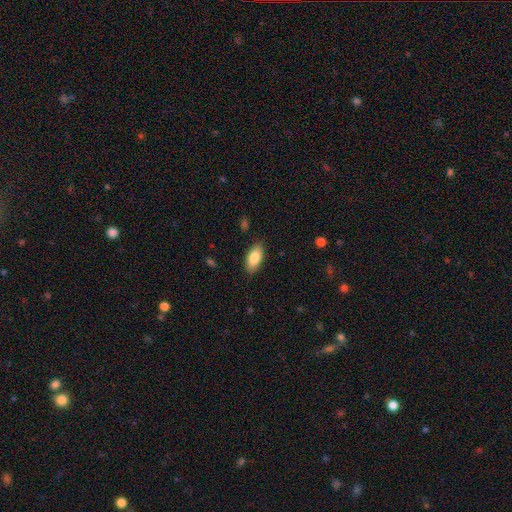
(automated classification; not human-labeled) A smooth galaxy with no disk features (84%) that is in between round and cigar-shaped (90%). Merging: none (87%).